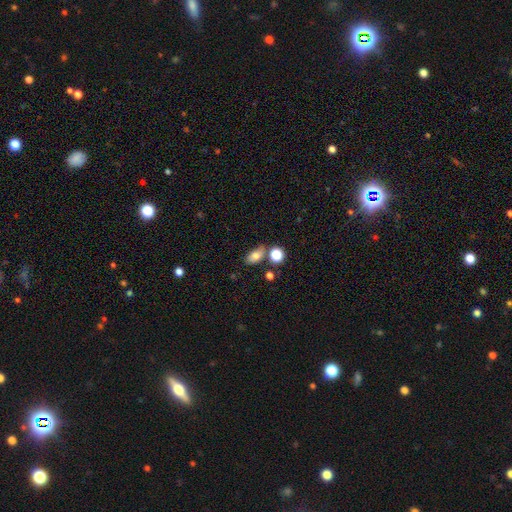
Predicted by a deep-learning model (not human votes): smooth 73%, featured or disk 15%, star or artifact 12%. Down the decision tree: how rounded — in between (83%); merging — none (65%).